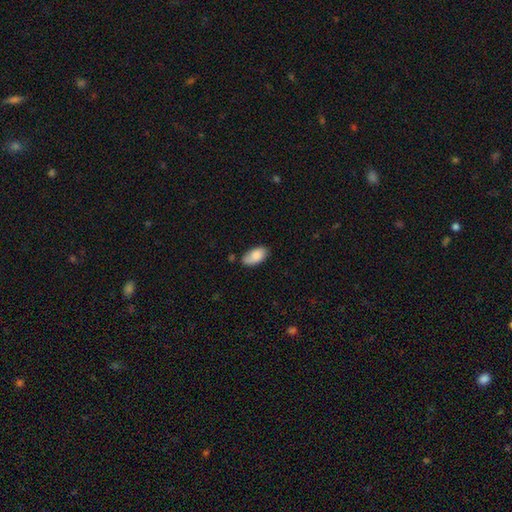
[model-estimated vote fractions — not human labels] A smooth galaxy with no disk features (83%) that is in between round and cigar-shaped (94%).

Vote fractions:
- Smooth or featured? smooth: 83% / featured or disk: 10% / star or artifact: 7%
- How rounded? in between: 94% / cigar-shaped: 3% / round: 3%
- Merging? none: 68% / minor disturbance: 24% / major disturbance: 5% / merger: 3%